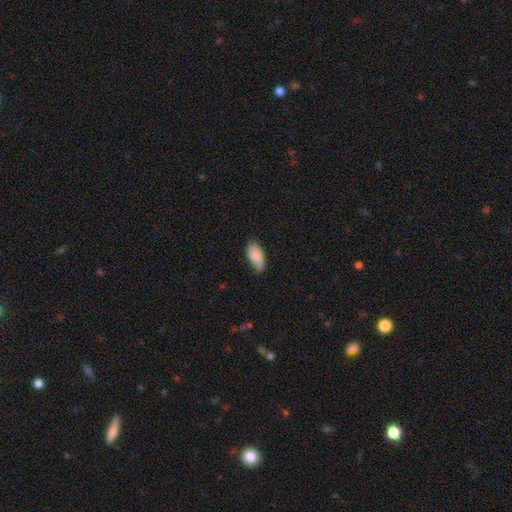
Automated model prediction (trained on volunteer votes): Smooth or featured: smooth — 84% (featured or disk — 9%)
How rounded: in between — 89% (cigar-shaped — 9%)
Merging: none — 59% (minor disturbance — 33%)